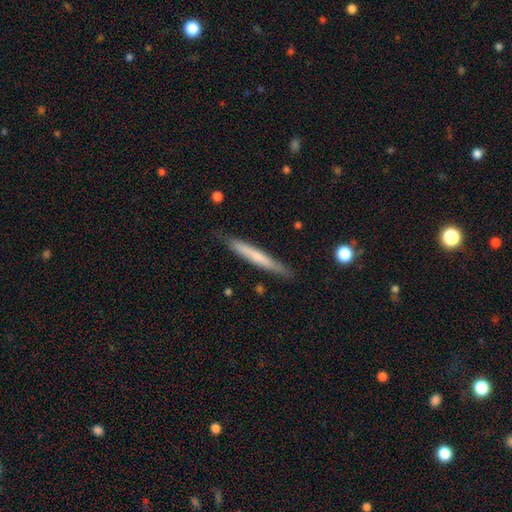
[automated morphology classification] A smooth galaxy with no disk features (60%) that is cigar-shaped (96%). Merging: none (85%).